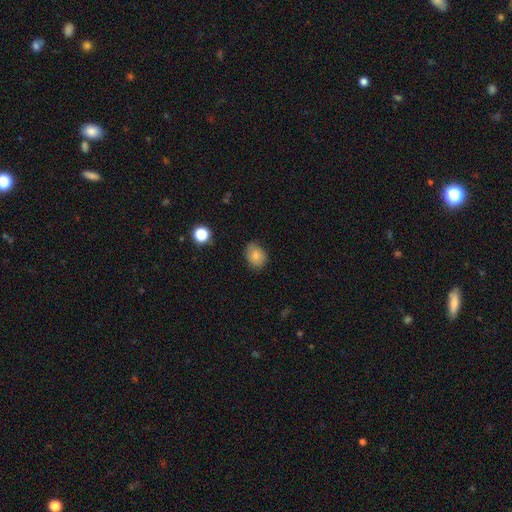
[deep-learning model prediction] This is clearly a smooth galaxy (81%). How rounded: likely in between (60%). Merging: likely none (78%).